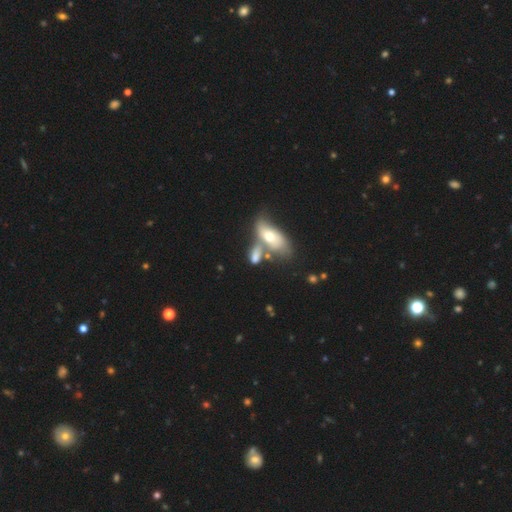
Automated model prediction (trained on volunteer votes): smooth-or-featured: smooth: 62% | featured or disk: 29% | star or artifact: 9%
  how-rounded: in between: 80% | cigar-shaped: 12% | round: 8%
  merging: merger: 58% | none: 23% | minor disturbance: 11% | major disturbance: 9%